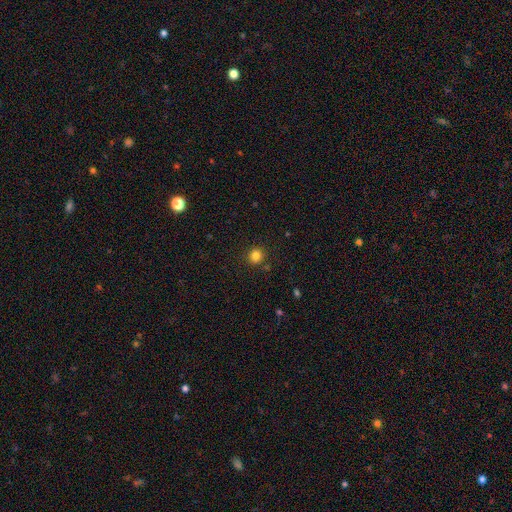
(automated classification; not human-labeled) This is clearly a smooth galaxy (82%). How rounded: clearly round (90%). Merging: clearly none (89%).